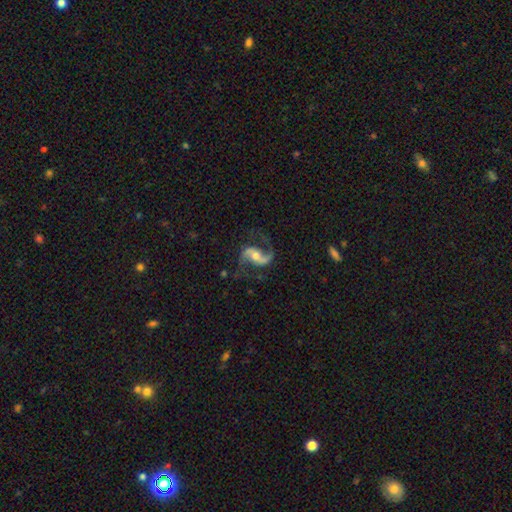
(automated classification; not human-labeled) Q: Smooth or featured?
A: featured or disk (90%); runner-up: smooth (5%)
Q: Edge-on disk?
A: no (97%); runner-up: yes (3%)
Q: Bar?
A: weak (37%); runner-up: no (34%)
Q: Spiral arms?
A: yes (97%); runner-up: no (3%)
Q: Spiral winding?
A: loose (59%); runner-up: medium (35%)
Q: Spiral arm count?
A: 2 (93%); runner-up: 1 (2%)
Q: Bulge size?
A: moderate (63%); runner-up: small (26%)
Q: Merging?
A: none (73%); runner-up: minor disturbance (15%)